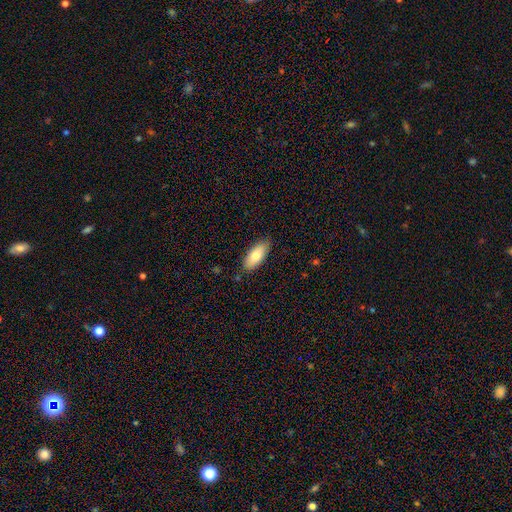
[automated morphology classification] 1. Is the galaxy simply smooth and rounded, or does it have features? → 77% smooth, 17% featured or disk, 6% star or artifact.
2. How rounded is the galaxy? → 83% in between, 15% cigar-shaped, 2% round.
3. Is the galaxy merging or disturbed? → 84% none, 13% minor disturbance, 2% major disturbance, 1% merger.